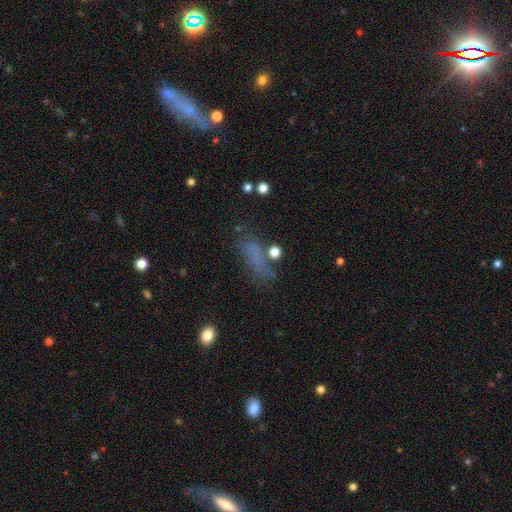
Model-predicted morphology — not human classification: Smooth or featured?
  - smooth: 59% *
  - star or artifact: 22%
  - featured or disk: 19%
How rounded?
  - in between: 59% *
  - cigar-shaped: 33%
  - round: 8%
Merging?
  - none: 50% *
  - minor disturbance: 22%
  - major disturbance: 21%
  - merger: 7%